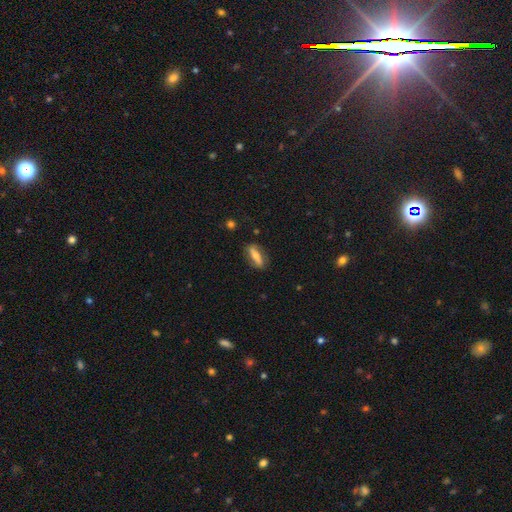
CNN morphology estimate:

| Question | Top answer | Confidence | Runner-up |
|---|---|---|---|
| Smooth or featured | smooth | 56% | featured or disk (37%) |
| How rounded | in between | 50% | cigar-shaped (46%) |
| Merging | none | 81% | minor disturbance (14%) |